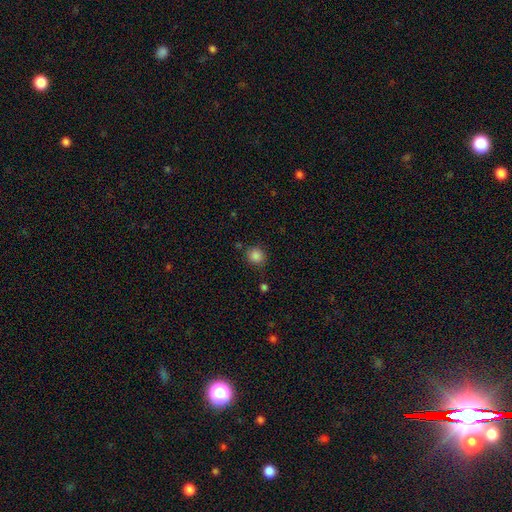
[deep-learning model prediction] Q: Smooth or featured?
A: smooth (86%); runner-up: star or artifact (11%)
Q: How rounded?
A: round (83%); runner-up: in between (16%)
Q: Merging?
A: none (80%); runner-up: minor disturbance (13%)